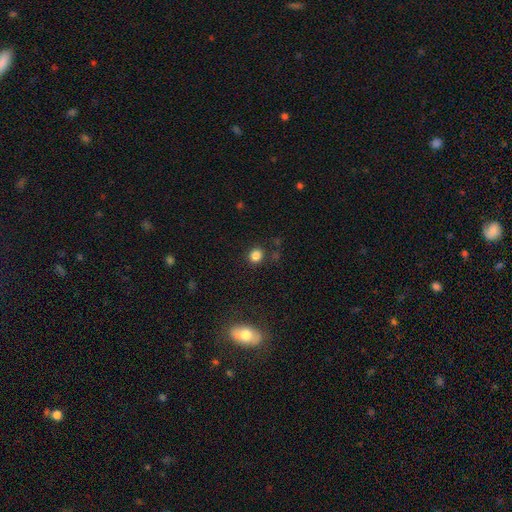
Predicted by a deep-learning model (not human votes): A smooth galaxy with no disk features (83%) that is round (75%).

Vote fractions:
- Smooth or featured? smooth: 83% / star or artifact: 13% / featured or disk: 4%
- How rounded? round: 75% / in between: 24% / cigar-shaped: 1%
- Merging? none: 84% / minor disturbance: 9% / major disturbance: 3% / merger: 3%